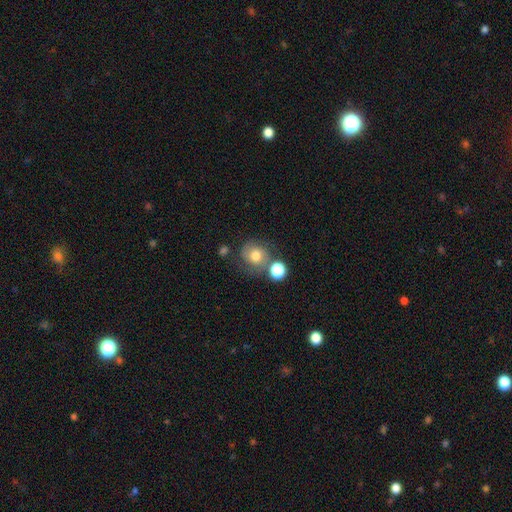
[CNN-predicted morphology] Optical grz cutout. It shows a smooth galaxy with no disk features (53%) that is round (80%). Merging: none (58%).